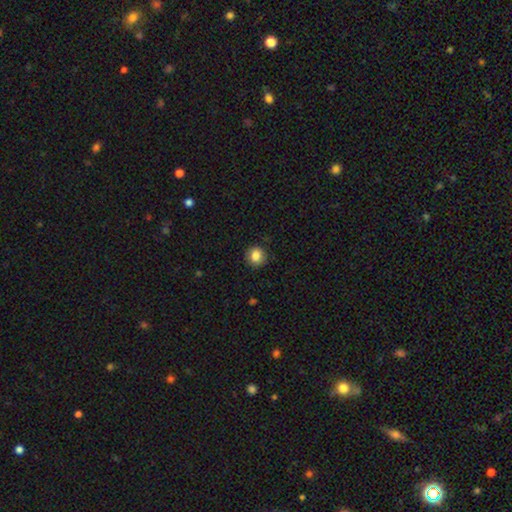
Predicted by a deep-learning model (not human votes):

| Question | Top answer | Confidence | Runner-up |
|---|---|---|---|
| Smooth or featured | smooth | 84% | star or artifact (9%) |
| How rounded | round | 87% | in between (12%) |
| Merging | none | 89% | minor disturbance (8%) |